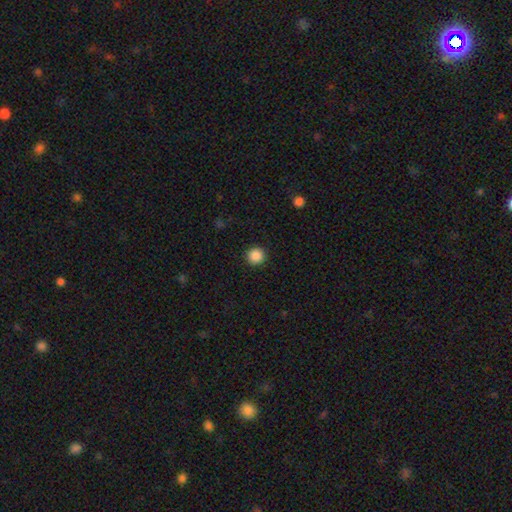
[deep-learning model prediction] A smooth galaxy with no disk features (88%) that is round (95%).

Vote fractions:
- Smooth or featured? smooth: 88% / star or artifact: 10% / featured or disk: 2%
- How rounded? round: 95% / in between: 4% / cigar-shaped: 1%
- Merging? none: 93% / minor disturbance: 5% / major disturbance: 2% / merger: 1%